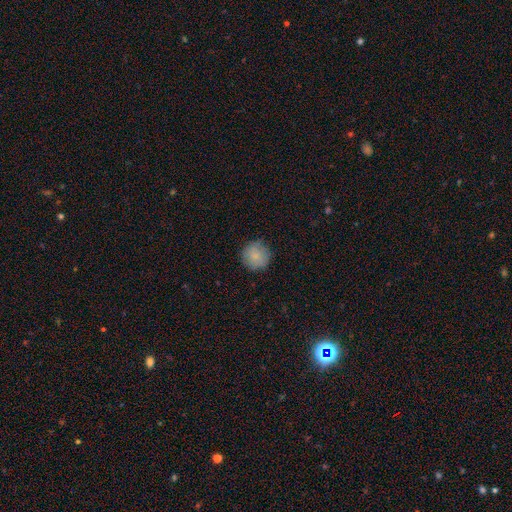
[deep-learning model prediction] Morphology: type=smooth (85%); roundness=round (94%); merging=none (86%).